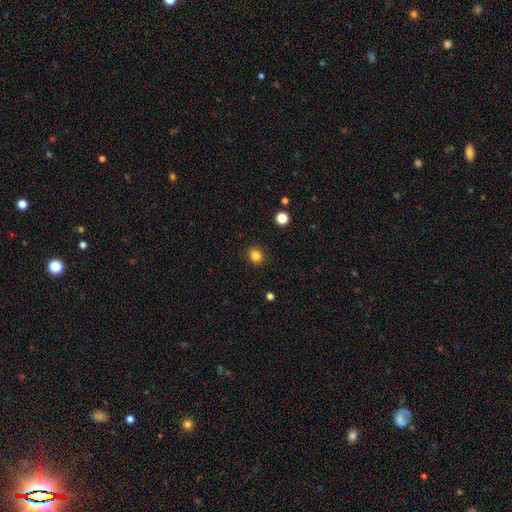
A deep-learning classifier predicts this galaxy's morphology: Smooth or featured: smooth — 84% (star or artifact — 12%)
How rounded: round — 68% (in between — 32%)
Merging: none — 90% (minor disturbance — 7%)